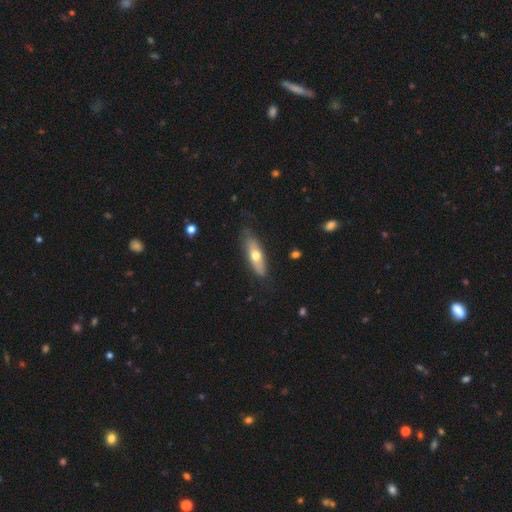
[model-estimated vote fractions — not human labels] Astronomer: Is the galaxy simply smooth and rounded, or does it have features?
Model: smooth — 56% (runner-up: featured or disk, 39%).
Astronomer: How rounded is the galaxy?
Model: in between — 53% (runner-up: cigar-shaped, 44%).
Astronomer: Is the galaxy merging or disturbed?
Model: none — 73%.